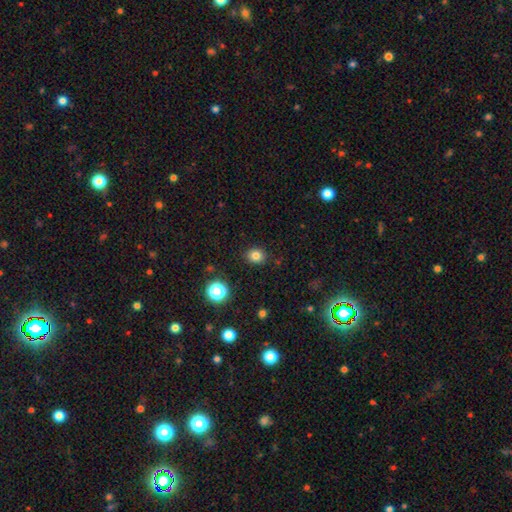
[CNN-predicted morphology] Smooth or featured: smooth — 81% (star or artifact — 14%)
How rounded: round — 71% (in between — 28%)
Merging: none — 89% (minor disturbance — 8%)